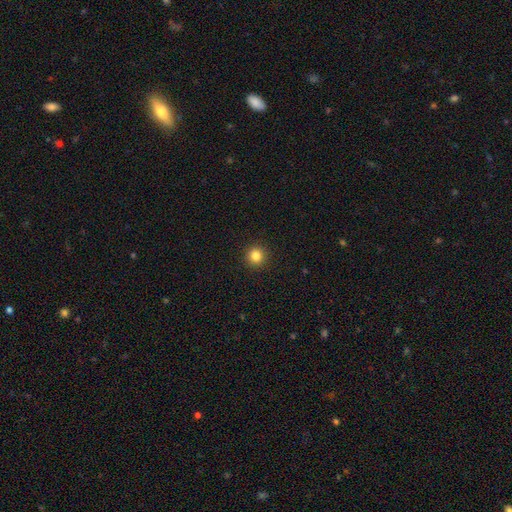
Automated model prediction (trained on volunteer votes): A smooth galaxy with no disk features (83%) that is round (94%). Merging: none (93%).